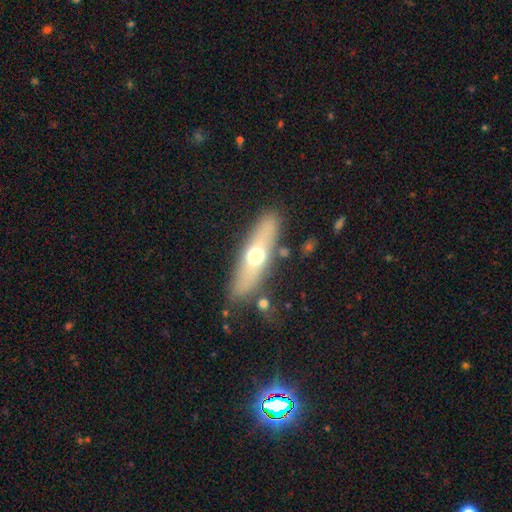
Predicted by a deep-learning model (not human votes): This is possibly a smooth galaxy (52%). How rounded: likely cigar-shaped (61%). Merging: clearly none (83%).